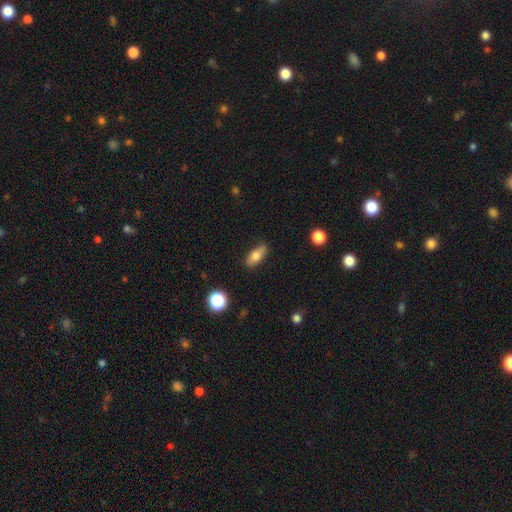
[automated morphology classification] type=smooth (71%); roundness=in between (73%); merging=none (82%).